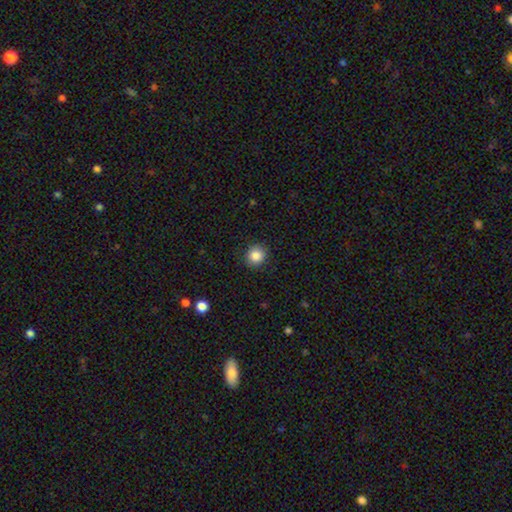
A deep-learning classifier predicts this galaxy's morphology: Smooth or featured? smooth (86%)
How rounded? round (89%)
Merging? none (90%)